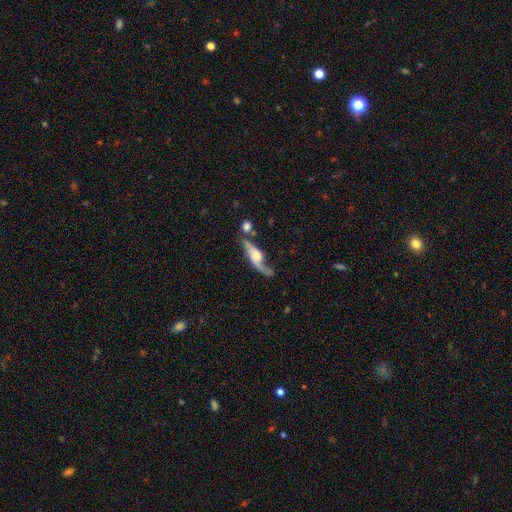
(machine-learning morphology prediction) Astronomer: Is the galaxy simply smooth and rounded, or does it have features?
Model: featured or disk — 76%.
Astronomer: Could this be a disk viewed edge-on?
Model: no — 58% (runner-up: yes, 42%).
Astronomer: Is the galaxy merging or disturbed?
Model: none — 50%.